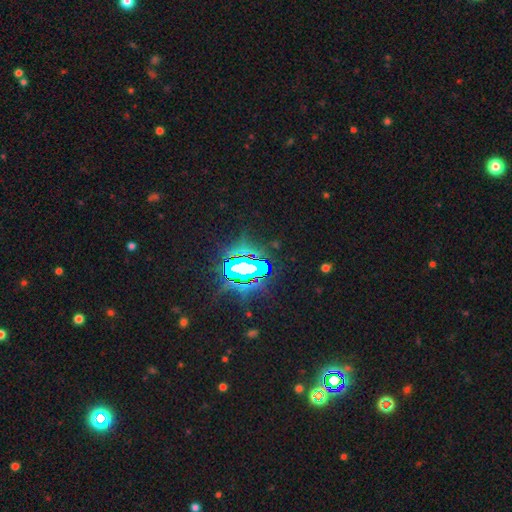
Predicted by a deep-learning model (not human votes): Smooth or featured? Predicted: star or artifact (p=0.78).